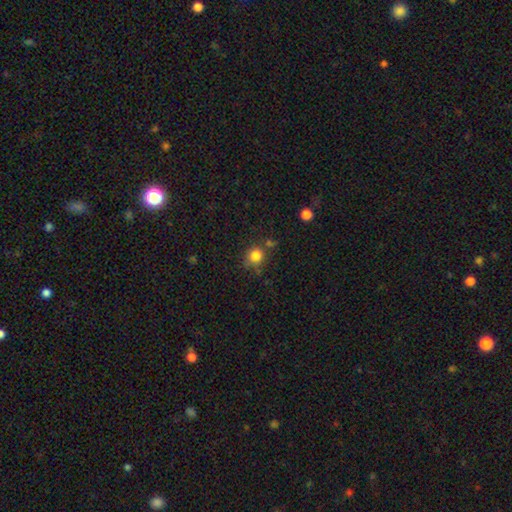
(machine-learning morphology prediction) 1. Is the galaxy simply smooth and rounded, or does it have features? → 82% smooth, 12% star or artifact, 6% featured or disk.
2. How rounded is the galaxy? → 86% round, 13% in between, 1% cigar-shaped.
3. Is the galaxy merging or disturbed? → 68% none, 17% minor disturbance, 10% merger, 5% major disturbance.